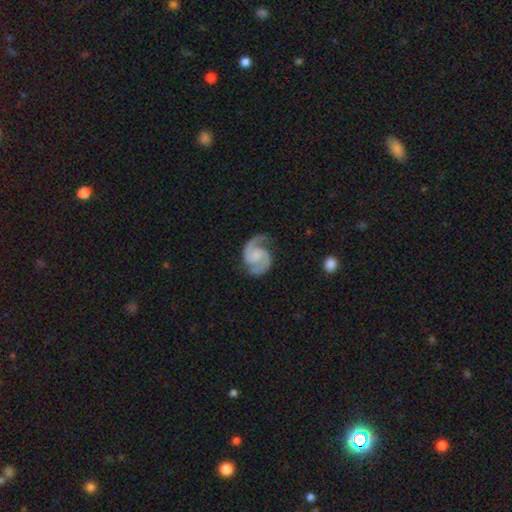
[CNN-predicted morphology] Smooth or featured?
  - featured or disk: 91% *
  - smooth: 5%
  - star or artifact: 4%
Edge-on disk?
  - no: 98% *
  - yes: 2%
Bar?
  - no: 60% *
  - weak: 34%
  - strong: 7%
Spiral arms?
  - yes: 98% *
  - no: 2%
Spiral winding?
  - medium: 59% *
  - tight: 25%
  - loose: 16%
Spiral arm count?
  - 2: 93% *
  - 1: 2%
  - can't tell: 2%
  - 3: 1%
  - 4: 1%
  - more than 4: 1%
Bulge size?
  - small: 41% *
  - none: 35%
  - moderate: 20%
  - large: 3%
  - dominant: 1%
Merging?
  - none: 75% *
  - minor disturbance: 16%
  - major disturbance: 7%
  - merger: 2%